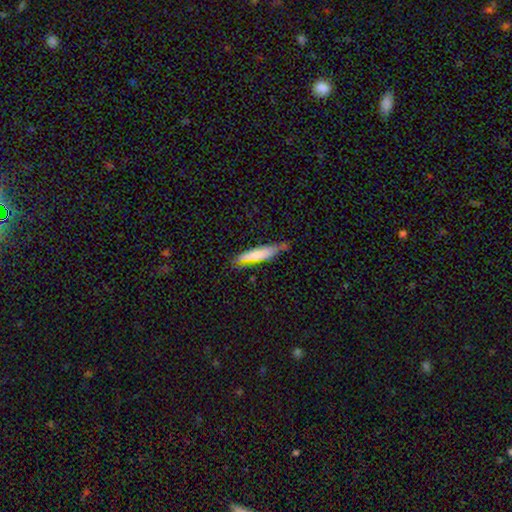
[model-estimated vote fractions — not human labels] smooth 73%, featured or disk 20%, star or artifact 7%. Down the decision tree: how rounded — cigar-shaped (79%); merging — none (64%).